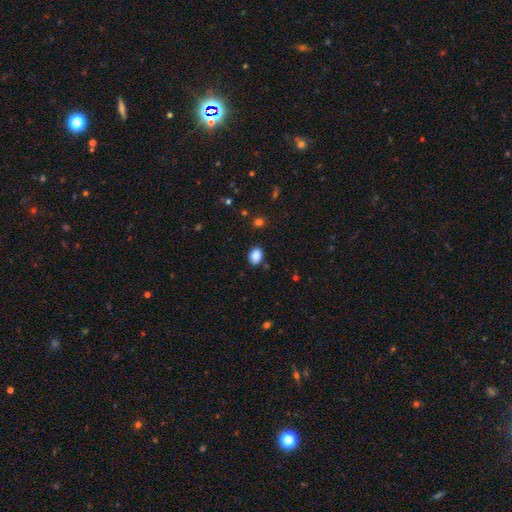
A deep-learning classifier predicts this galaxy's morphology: A smooth galaxy with no disk features (88%) that is in between round and cigar-shaped (72%). Merging: none (84%).